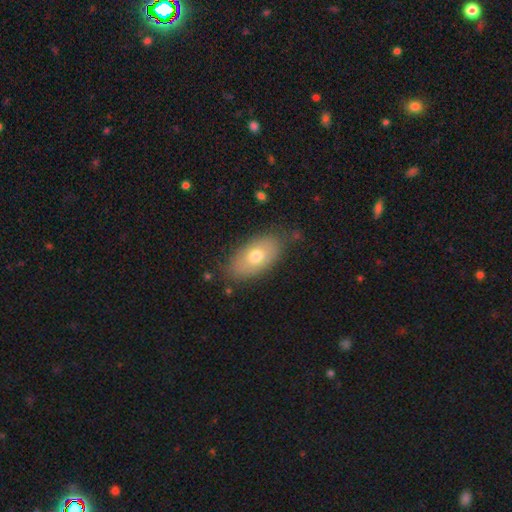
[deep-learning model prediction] A smooth galaxy with no disk features (68%) that is in between round and cigar-shaped (91%).

Vote fractions:
- Smooth or featured? smooth: 68% / featured or disk: 24% / star or artifact: 8%
- How rounded? in between: 91% / round: 5% / cigar-shaped: 4%
- Merging? none: 79% / minor disturbance: 15% / major disturbance: 3% / merger: 2%